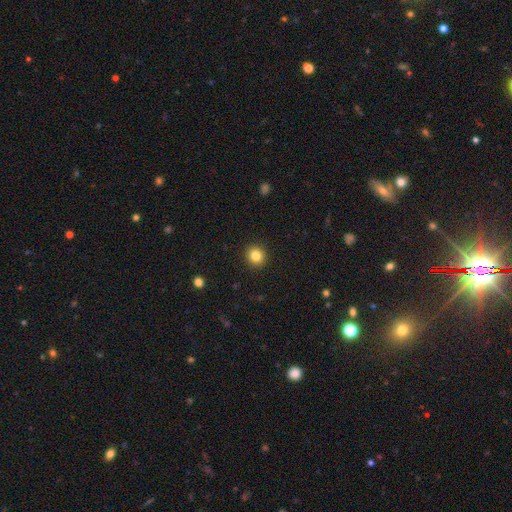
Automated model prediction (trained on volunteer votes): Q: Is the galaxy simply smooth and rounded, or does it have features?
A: smooth — 83%.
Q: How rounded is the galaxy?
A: round — 88%.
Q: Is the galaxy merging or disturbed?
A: none — 92%.